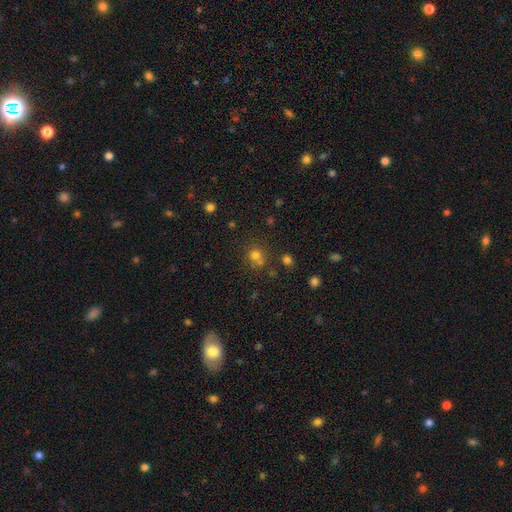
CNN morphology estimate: smooth_or_featured: smooth (p=0.69) [alt: star or artifact p=0.21]
how_rounded: round (p=0.84) [alt: in between p=0.15]
merging: none (p=0.57) [alt: merger p=0.30]